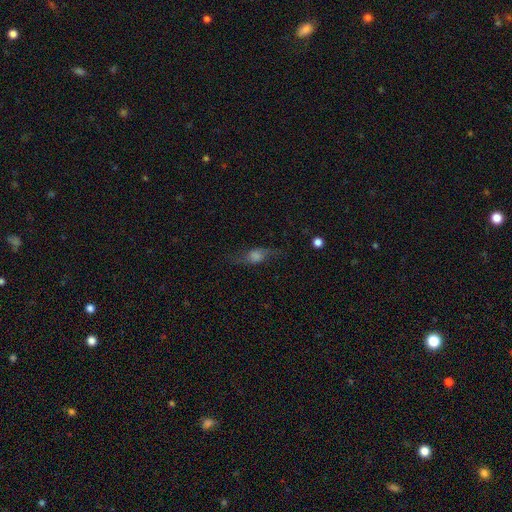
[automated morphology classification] Smooth or featured? Predicted: featured or disk (p=0.55). Edge-on disk? Predicted: yes (p=0.54). Merging? Predicted: none (p=0.67).